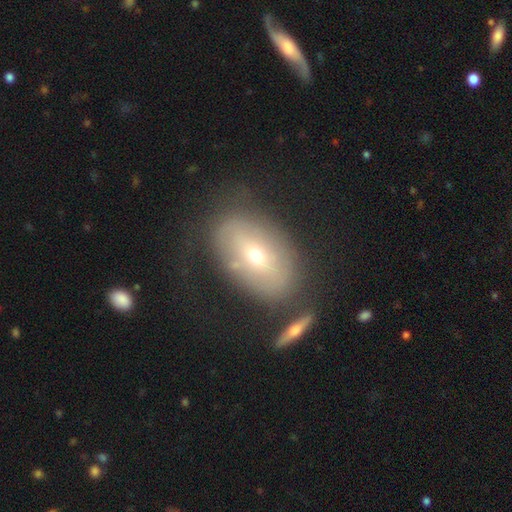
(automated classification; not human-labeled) The model was most divided on "smooth or featured": featured or disk: 50%, smooth: 41%, star or artifact: 9%. More confident: edge-on disk — no (86%); merging — none (62%).